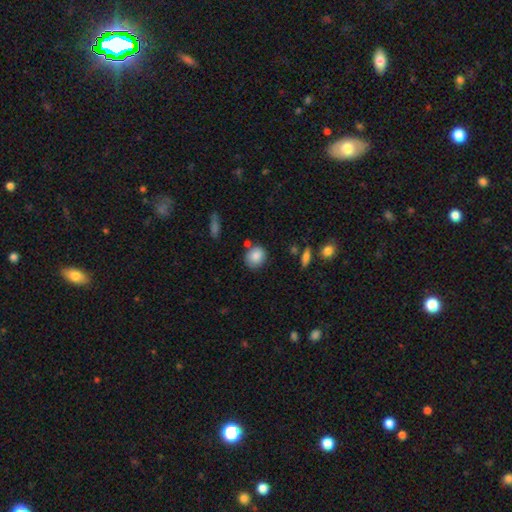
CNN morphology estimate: A smooth galaxy with no disk features (85%) that is round (73%). Merging: none (76%).